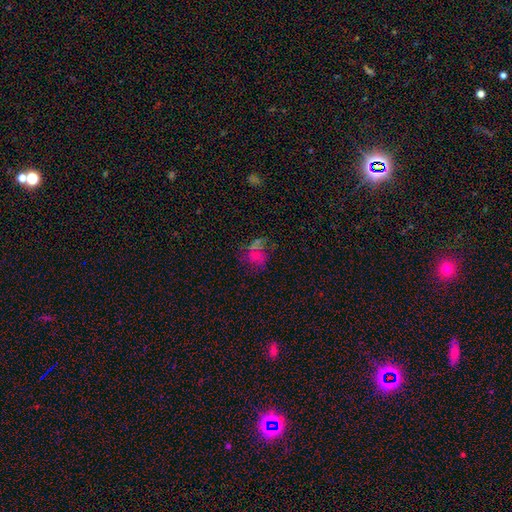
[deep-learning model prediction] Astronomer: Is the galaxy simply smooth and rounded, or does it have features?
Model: smooth — 47% (runner-up: featured or disk, 30%).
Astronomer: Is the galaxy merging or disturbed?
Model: none — 39% (runner-up: major disturbance, 22%).